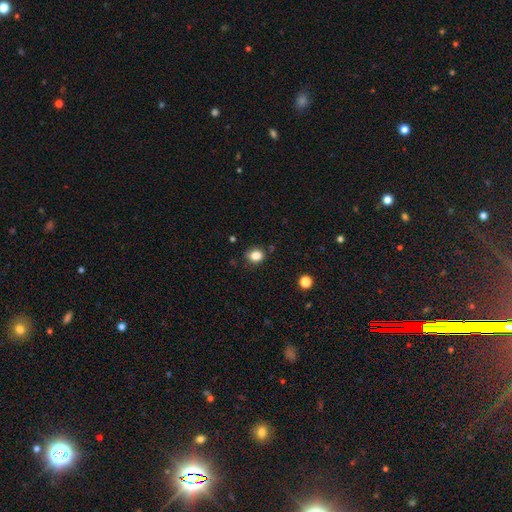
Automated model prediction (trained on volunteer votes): smooth-or-featured: smooth: 84% | star or artifact: 11% | featured or disk: 5%
  how-rounded: round: 58% | in between: 41% | cigar-shaped: 1%
  merging: none: 79% | minor disturbance: 16% | major disturbance: 3% | merger: 3%